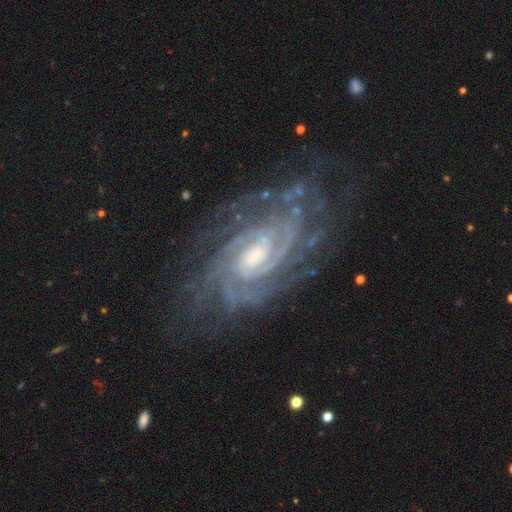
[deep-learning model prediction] A featured or disk galaxy (92%) with no bar (46%), 2 (22%) tight (76%) spiral arms (98%) and a moderate central bulge (54%). Merging: none (73%).